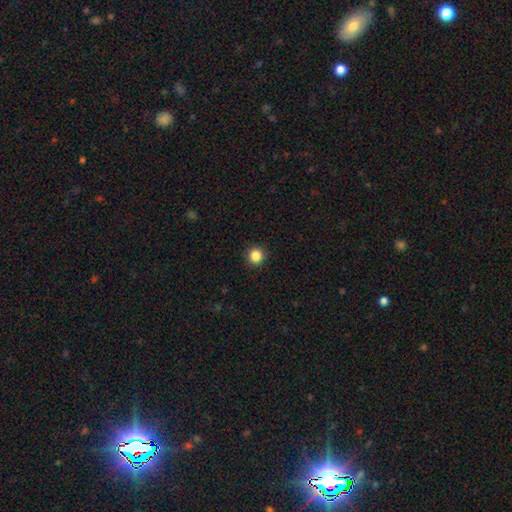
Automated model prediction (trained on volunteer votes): The model was most divided on "smooth or featured": smooth: 86%, star or artifact: 11%, featured or disk: 3%. More confident: how rounded — round (94%); merging — none (92%).